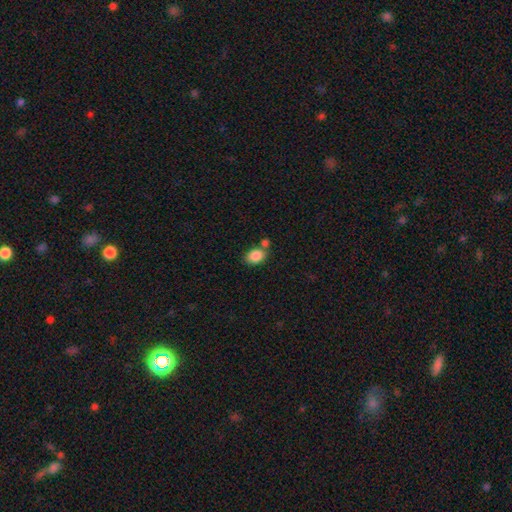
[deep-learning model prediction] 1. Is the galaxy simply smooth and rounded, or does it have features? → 86% smooth, 8% star or artifact, 6% featured or disk.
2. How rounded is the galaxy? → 76% in between, 22% round, 1% cigar-shaped.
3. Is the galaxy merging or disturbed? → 63% none, 21% merger, 13% minor disturbance, 4% major disturbance.